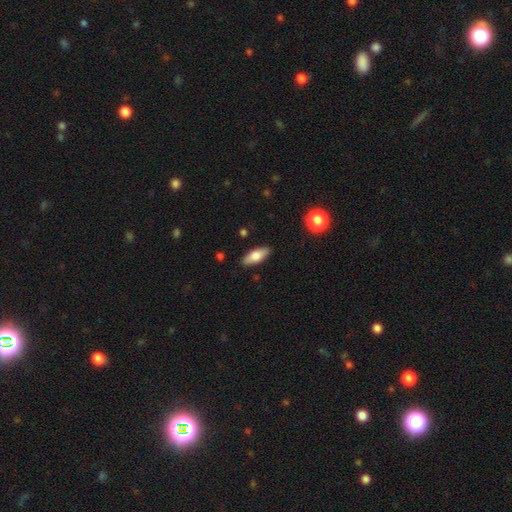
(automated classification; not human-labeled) A smooth galaxy with no disk features (73%) that is in between round and cigar-shaped (75%). Merging: none (88%).